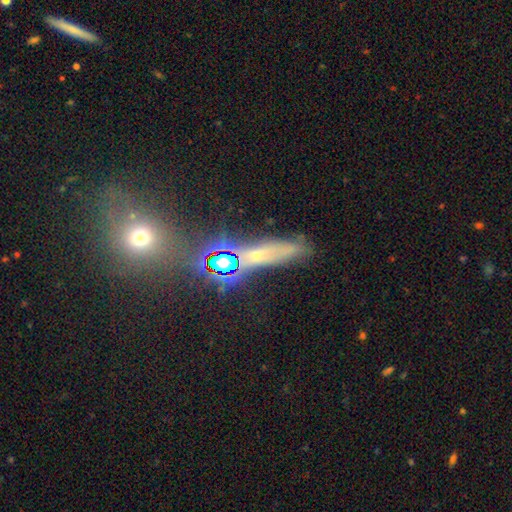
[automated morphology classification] Smooth or featured? Predicted: star or artifact (p=0.42).